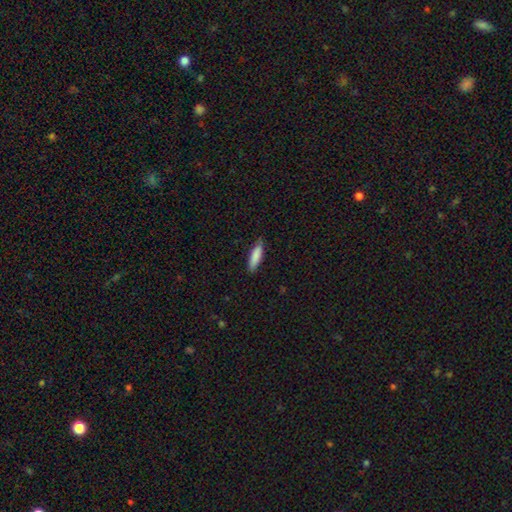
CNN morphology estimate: This appears to be a smooth galaxy with no disk features (86%) that is cigar-shaped (61%). Merging: none (82%).